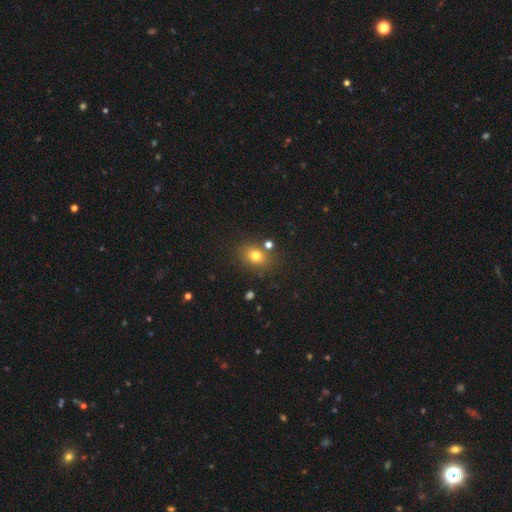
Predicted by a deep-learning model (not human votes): Overall: smooth (75%). How rounded: round (50%; in between 49%). Merging: none (75%).